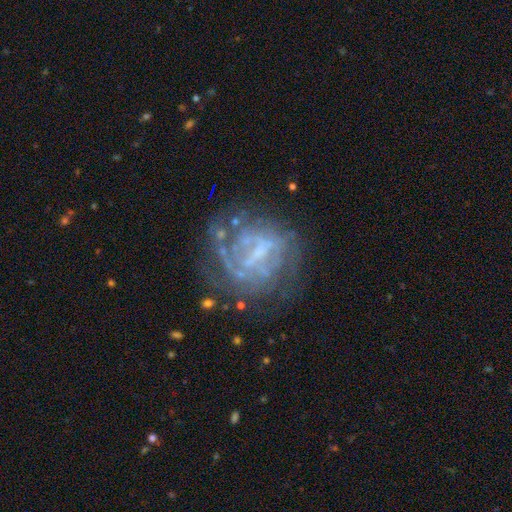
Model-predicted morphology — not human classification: smooth_or_featured: featured or disk (p=0.73) [alt: smooth p=0.14]
disk_edge_on: no (p=0.97) [alt: yes p=0.03]
bar: weak (p=0.41) [alt: strong p=0.30]
has_spiral_arms: yes (p=0.55) [alt: no p=0.45]
bulge_size: none (p=0.45) [alt: small p=0.35]
merging: none (p=0.56) [alt: major disturbance p=0.21]